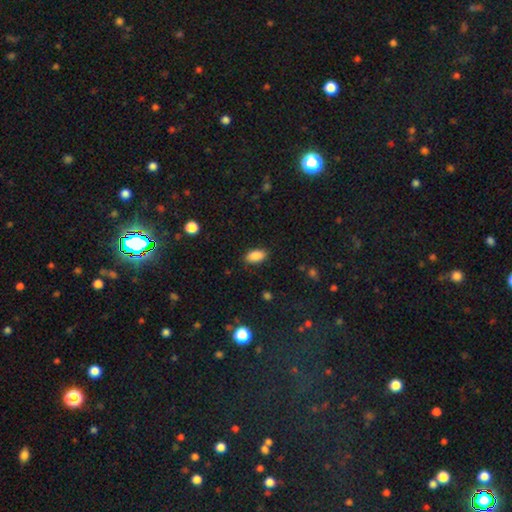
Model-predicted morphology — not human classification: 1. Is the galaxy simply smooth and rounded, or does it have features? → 88% smooth, 8% star or artifact, 4% featured or disk.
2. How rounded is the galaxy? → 93% in between, 4% round, 3% cigar-shaped.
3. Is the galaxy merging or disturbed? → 87% none, 10% minor disturbance, 3% major disturbance, 1% merger.